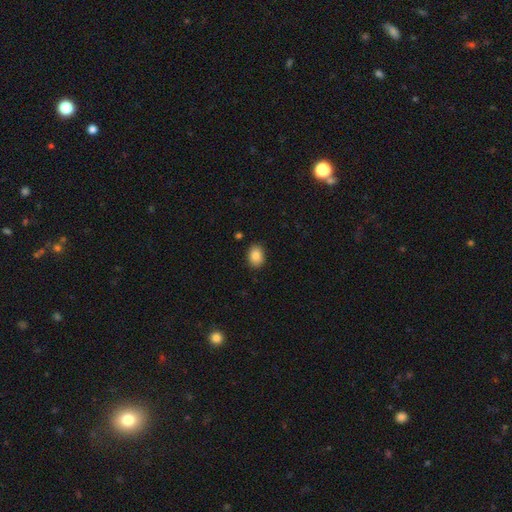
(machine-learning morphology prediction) This is clearly a smooth galaxy (86%). How rounded: likely in between (70%). Merging: clearly none (88%).